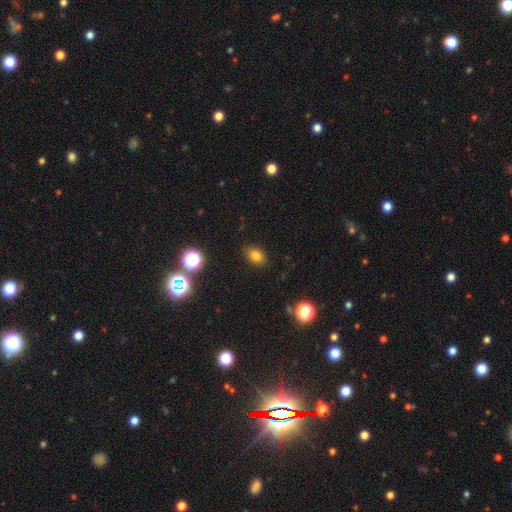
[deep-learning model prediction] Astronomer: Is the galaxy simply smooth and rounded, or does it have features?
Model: smooth — 79%.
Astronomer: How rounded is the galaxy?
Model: in between — 73%.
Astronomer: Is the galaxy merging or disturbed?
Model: none — 84%.